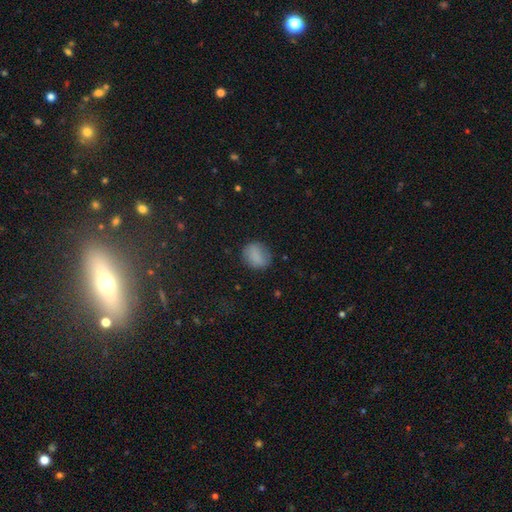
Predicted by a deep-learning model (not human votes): smooth_or_featured: smooth (p=0.83) [alt: star or artifact p=0.10]
how_rounded: round (p=0.64) [alt: in between p=0.34]
merging: none (p=0.78) [alt: minor disturbance p=0.16]